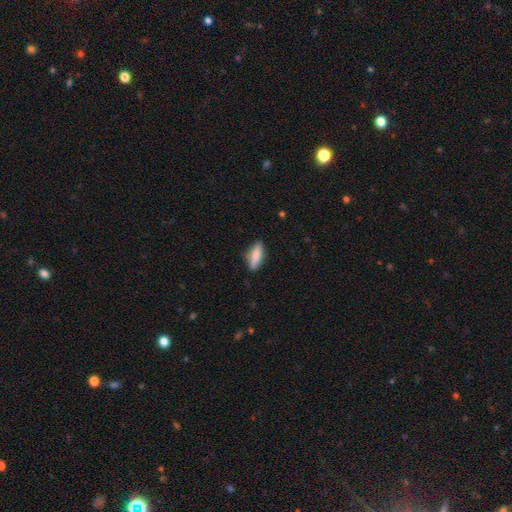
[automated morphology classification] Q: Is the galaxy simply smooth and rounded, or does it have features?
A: smooth — 81%.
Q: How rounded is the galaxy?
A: in between — 57%.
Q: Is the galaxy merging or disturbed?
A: none — 82%.